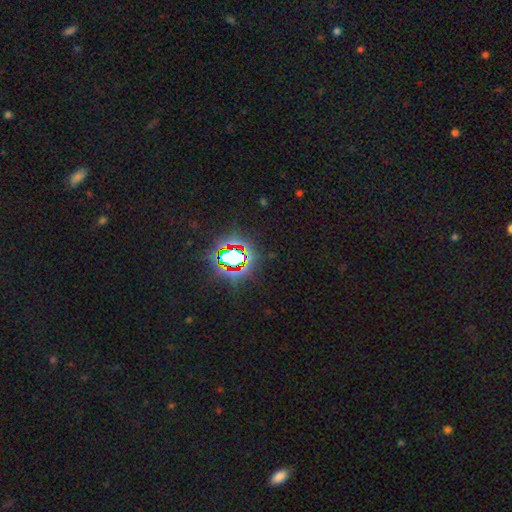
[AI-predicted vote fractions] This is likely a star or artifact rather than a galaxy (80%).